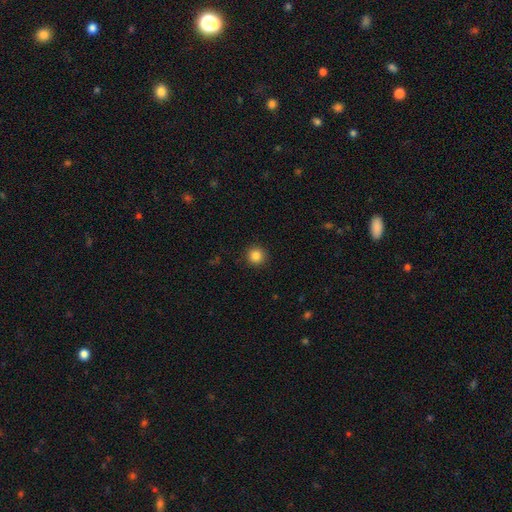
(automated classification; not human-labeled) Smooth or featured? smooth (85%)
How rounded? round (95%)
Merging? none (92%)